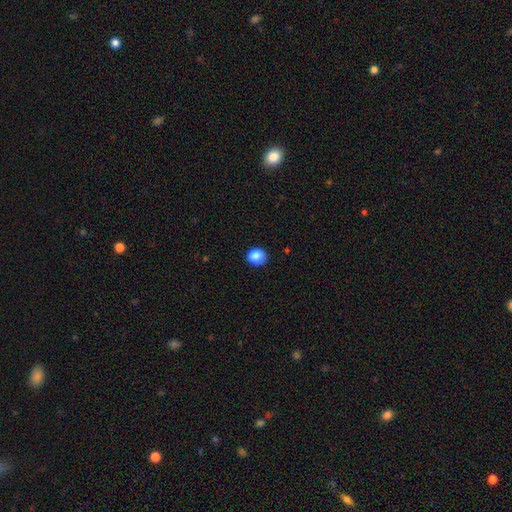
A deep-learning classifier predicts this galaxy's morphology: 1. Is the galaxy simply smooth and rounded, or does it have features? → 87% smooth, 10% star or artifact, 3% featured or disk.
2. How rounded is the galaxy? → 80% round, 20% in between, 1% cigar-shaped.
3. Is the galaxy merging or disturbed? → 84% none, 12% minor disturbance, 2% major disturbance, 1% merger.